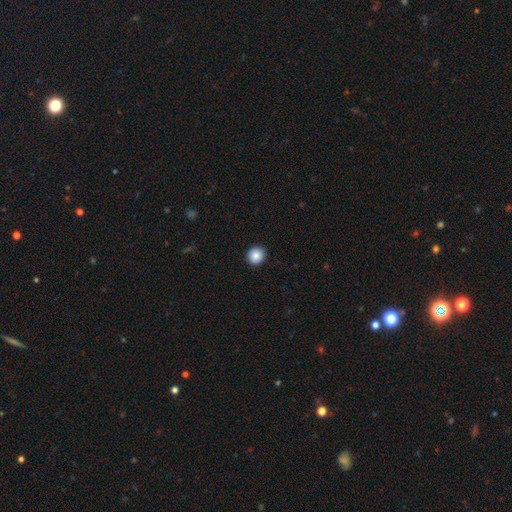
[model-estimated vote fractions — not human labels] The model was most divided on "smooth or featured": smooth: 87%, star or artifact: 9%, featured or disk: 4%. More confident: merging — none (92%); how rounded — round (92%).